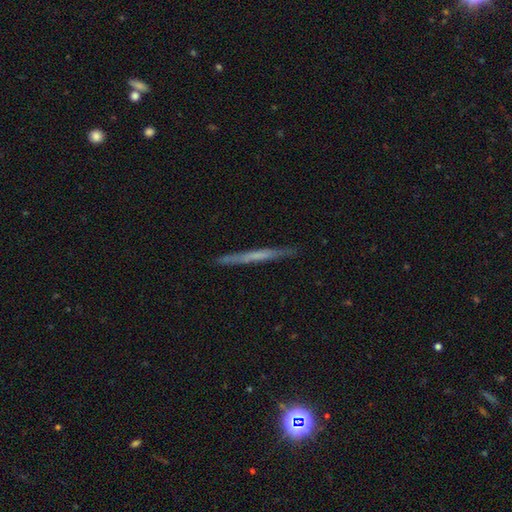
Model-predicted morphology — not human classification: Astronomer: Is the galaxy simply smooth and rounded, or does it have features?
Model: featured or disk — 50% (runner-up: smooth, 44%).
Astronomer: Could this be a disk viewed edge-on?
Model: yes — 97%.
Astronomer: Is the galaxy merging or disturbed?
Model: none — 90%.